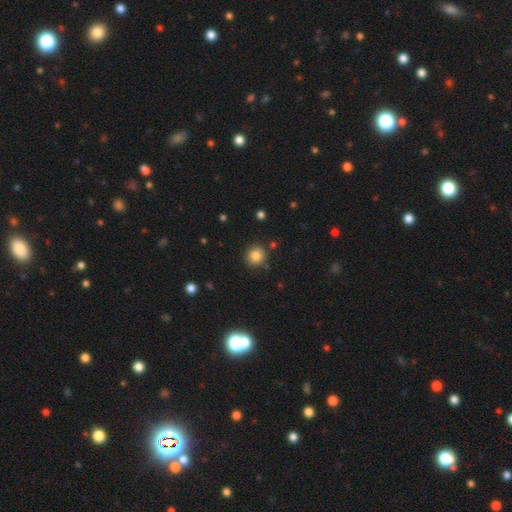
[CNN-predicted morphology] Q: Smooth or featured?
A: smooth (83%); runner-up: star or artifact (11%)
Q: How rounded?
A: round (90%); runner-up: in between (9%)
Q: Merging?
A: none (88%); runner-up: minor disturbance (7%)